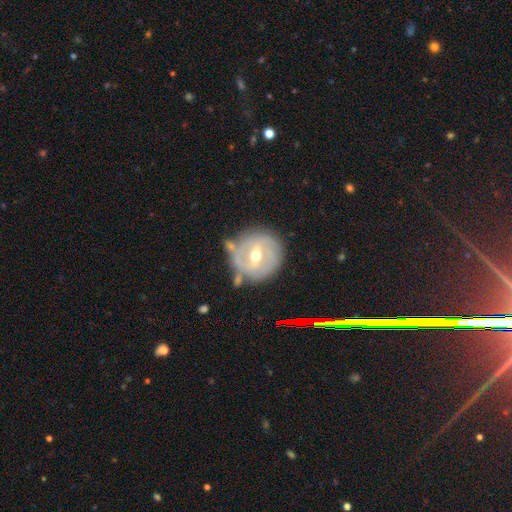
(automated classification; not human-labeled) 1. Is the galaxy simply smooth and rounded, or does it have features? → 73% featured or disk, 20% smooth, 7% star or artifact.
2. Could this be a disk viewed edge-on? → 95% no, 5% yes.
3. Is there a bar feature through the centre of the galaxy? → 49% weak, 34% strong, 16% no.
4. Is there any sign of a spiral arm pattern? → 71% yes, 29% no.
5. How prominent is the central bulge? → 69% moderate, 26% small, 3% large, 1% dominant, 1% none.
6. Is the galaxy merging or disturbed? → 71% none, 17% minor disturbance, 6% major disturbance, 5% merger.